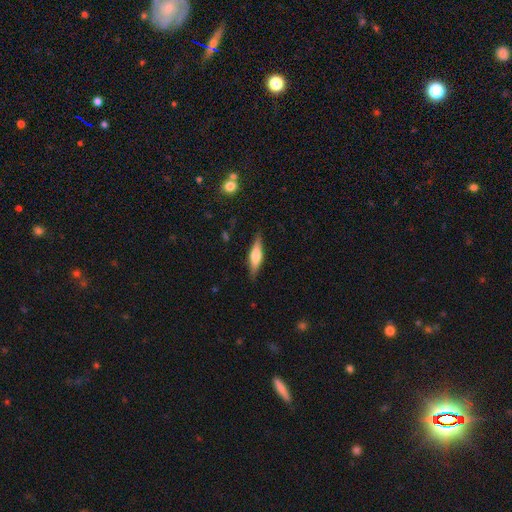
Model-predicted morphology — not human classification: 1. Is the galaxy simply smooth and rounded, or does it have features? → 54% featured or disk, 40% smooth, 6% star or artifact.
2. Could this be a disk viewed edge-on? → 95% yes, 5% no.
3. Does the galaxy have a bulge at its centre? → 80% rounded, 17% boxy, 4% none.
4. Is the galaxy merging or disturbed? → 86% none, 11% minor disturbance, 2% major disturbance, 1% merger.